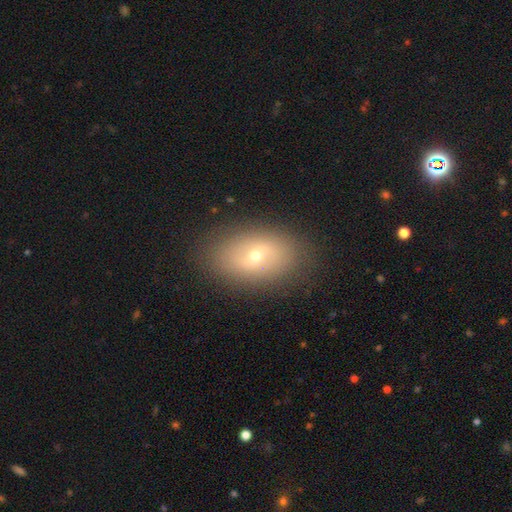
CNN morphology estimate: Smooth or featured?
  - smooth: 50% *
  - featured or disk: 39%
  - star or artifact: 11%
Merging?
  - none: 86% *
  - minor disturbance: 10%
  - major disturbance: 3%
  - merger: 1%